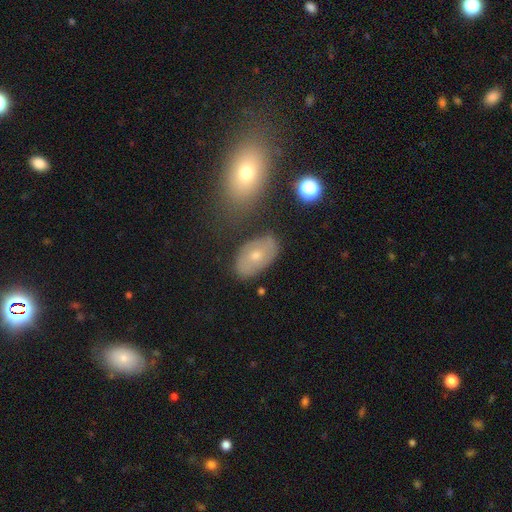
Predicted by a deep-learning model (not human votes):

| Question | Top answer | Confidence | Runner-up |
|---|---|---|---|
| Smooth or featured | smooth | 51% | featured or disk (39%) |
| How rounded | in between | 89% | round (9%) |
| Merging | none | 71% | minor disturbance (17%) |